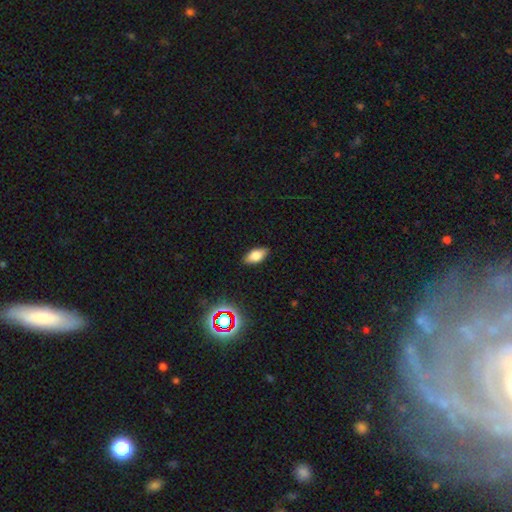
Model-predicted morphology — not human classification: Q: Smooth or featured?
A: smooth (75%); runner-up: featured or disk (14%)
Q: How rounded?
A: in between (88%); runner-up: cigar-shaped (7%)
Q: Merging?
A: none (87%); runner-up: minor disturbance (10%)